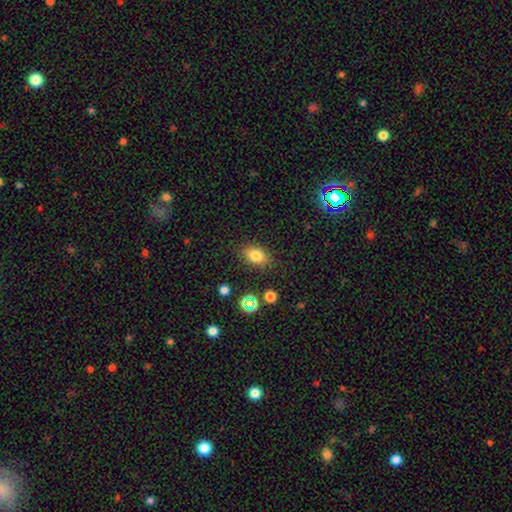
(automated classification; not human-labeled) Q: Smooth or featured?
A: smooth (79%); runner-up: star or artifact (12%)
Q: How rounded?
A: in between (79%); runner-up: round (19%)
Q: Merging?
A: none (84%); runner-up: minor disturbance (11%)